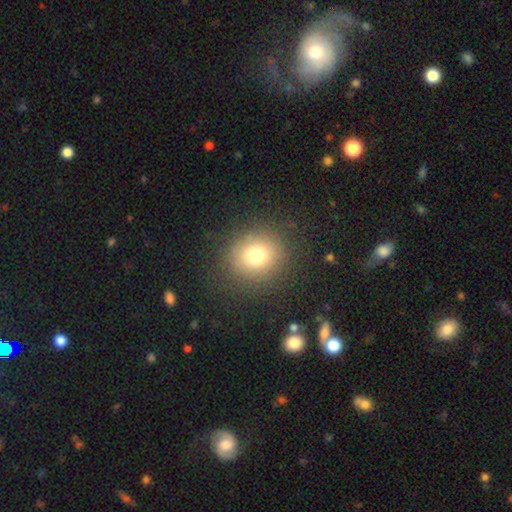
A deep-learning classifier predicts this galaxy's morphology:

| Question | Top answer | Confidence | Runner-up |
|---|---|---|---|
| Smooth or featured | smooth | 74% | star or artifact (15%) |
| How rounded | round | 84% | in between (15%) |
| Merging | none | 85% | minor disturbance (9%) |